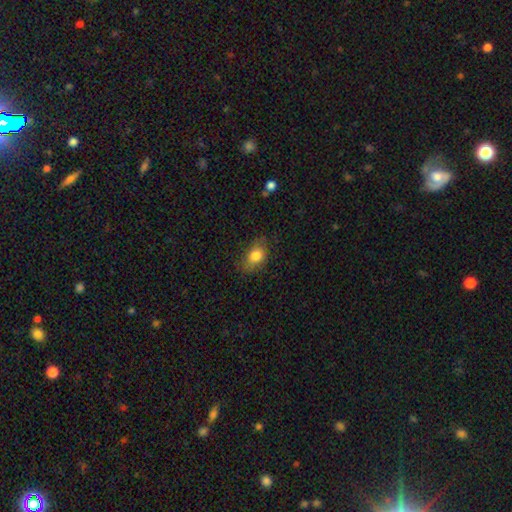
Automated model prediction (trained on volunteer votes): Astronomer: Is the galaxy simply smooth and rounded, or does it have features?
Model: smooth — 80%.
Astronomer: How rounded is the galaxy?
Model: in between — 80%.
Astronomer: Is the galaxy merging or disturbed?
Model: none — 71%.